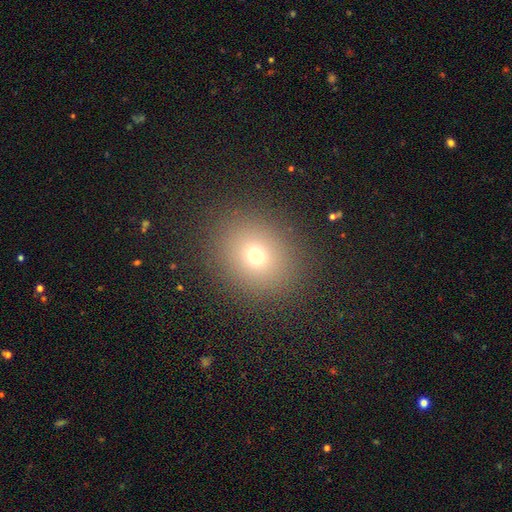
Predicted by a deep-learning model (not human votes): Q: Smooth or featured?
A: smooth (71%); runner-up: star or artifact (19%)
Q: How rounded?
A: round (70%); runner-up: in between (29%)
Q: Merging?
A: none (88%); runner-up: minor disturbance (7%)